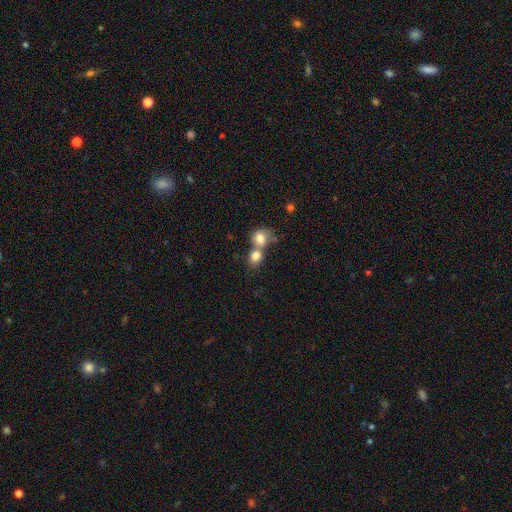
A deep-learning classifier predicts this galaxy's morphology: A smooth galaxy with no disk features (81%) that is round (61%).

Vote fractions:
- Smooth or featured? smooth: 81% / featured or disk: 10% / star or artifact: 9%
- How rounded? round: 61% / in between: 38% / cigar-shaped: 1%
- Merging? merger: 61% / none: 29% / minor disturbance: 7% / major disturbance: 3%